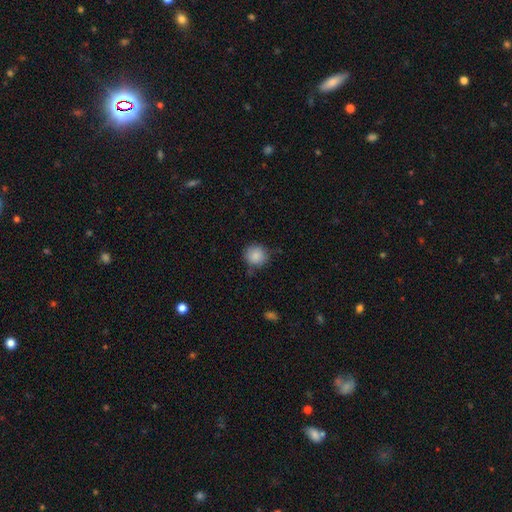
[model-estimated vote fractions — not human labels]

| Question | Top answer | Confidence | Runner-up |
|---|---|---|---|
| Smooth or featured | smooth | 87% | star or artifact (9%) |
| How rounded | round | 90% | in between (9%) |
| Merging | none | 76% | minor disturbance (17%) |